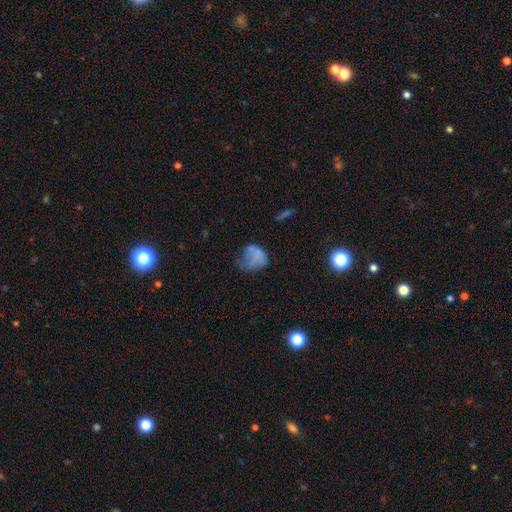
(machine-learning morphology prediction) smooth 64%, featured or disk 23%, star or artifact 13%. Down the decision tree: how rounded — round (55%); merging — none (34%).